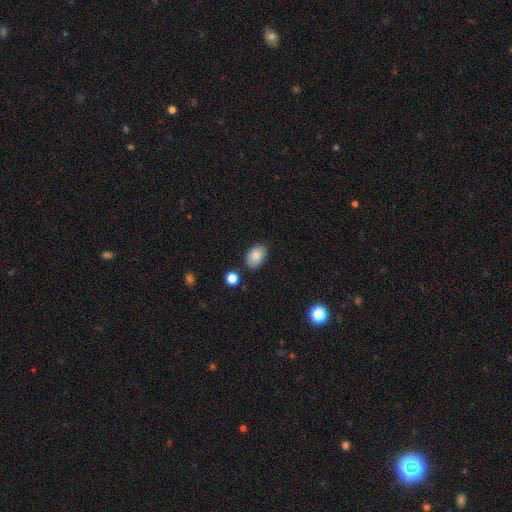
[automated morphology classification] smooth 85%, star or artifact 8%, featured or disk 8%. Down the decision tree: how rounded — in between (87%); merging — none (80%).